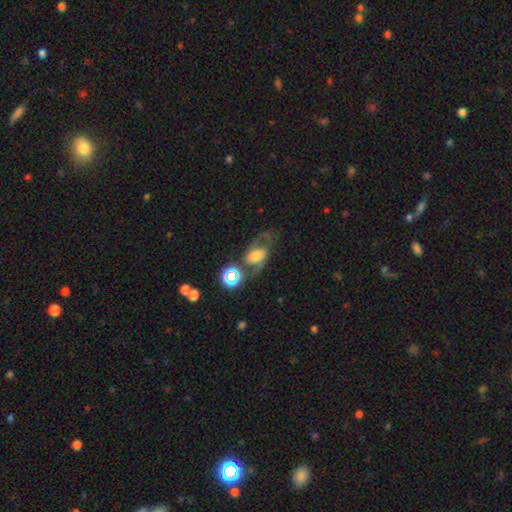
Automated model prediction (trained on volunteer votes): smooth_or_featured: featured or disk (p=0.57) [alt: smooth p=0.30]
disk_edge_on: no (p=0.92) [alt: yes p=0.08]
bar: no (p=0.51) [alt: weak p=0.31]
has_spiral_arms: yes (p=0.76) [alt: no p=0.24]
bulge_size: moderate (p=0.39) [alt: large p=0.30]
merging: none (p=0.53) [alt: minor disturbance p=0.19]